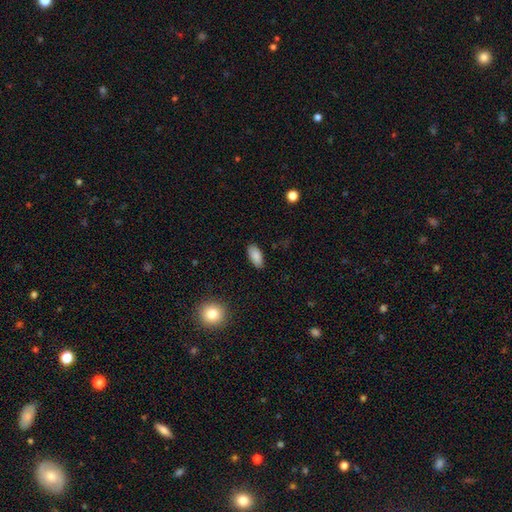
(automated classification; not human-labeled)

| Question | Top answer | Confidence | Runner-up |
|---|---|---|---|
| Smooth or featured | smooth | 88% | star or artifact (7%) |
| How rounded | in between | 92% | cigar-shaped (6%) |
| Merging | none | 87% | minor disturbance (10%) |